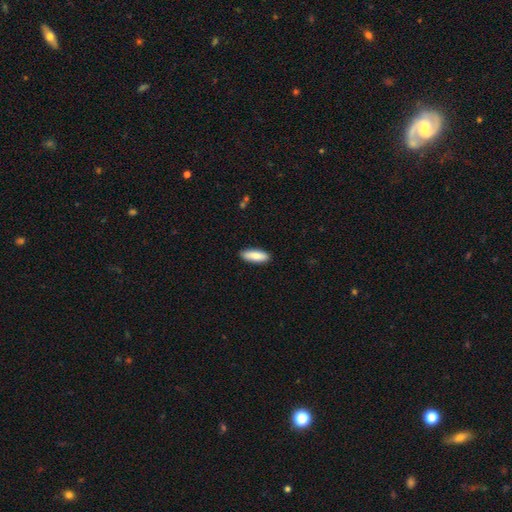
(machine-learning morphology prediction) The model was most divided on "how rounded": in between: 66%, cigar-shaped: 32%, round: 2%. More confident: merging — none (89%); smooth or featured — smooth (84%).